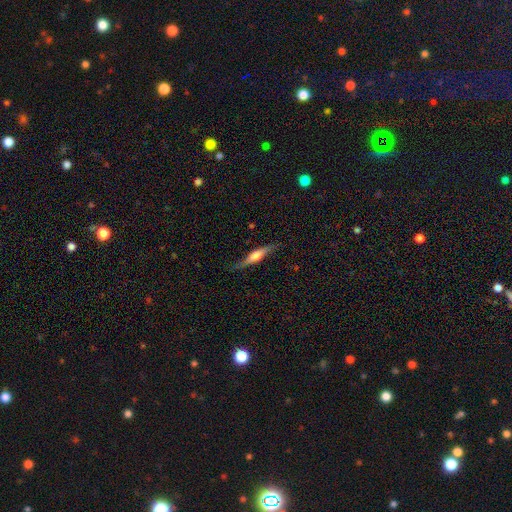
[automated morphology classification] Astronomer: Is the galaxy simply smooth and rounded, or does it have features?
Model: featured or disk — 65%.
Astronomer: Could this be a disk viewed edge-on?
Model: yes — 91%.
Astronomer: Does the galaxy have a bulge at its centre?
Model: rounded — 82%.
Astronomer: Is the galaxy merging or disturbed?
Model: none — 75%.